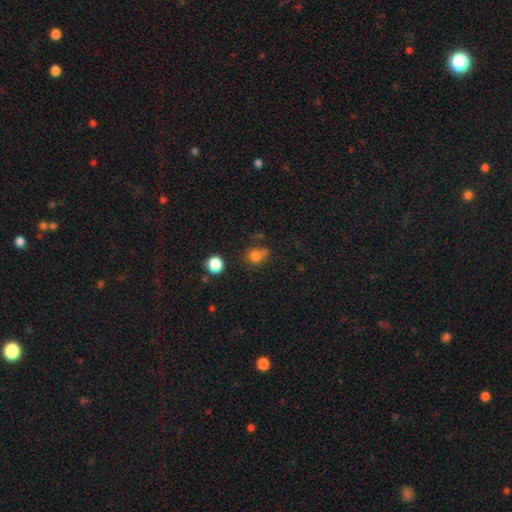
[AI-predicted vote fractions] The model was most divided on "merging": none: 55%, minor disturbance: 24%, merger: 12%, major disturbance: 10%. More confident: smooth or featured — smooth (76%); how rounded — round (71%).